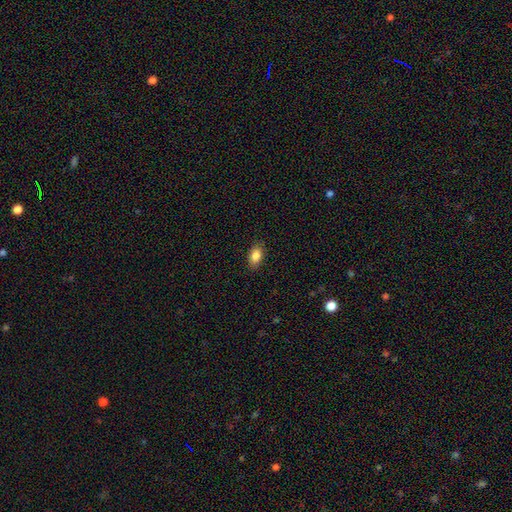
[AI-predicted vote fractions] Smooth or featured: smooth — 86% (star or artifact — 8%)
How rounded: in between — 88% (round — 9%)
Merging: none — 87% (minor disturbance — 10%)